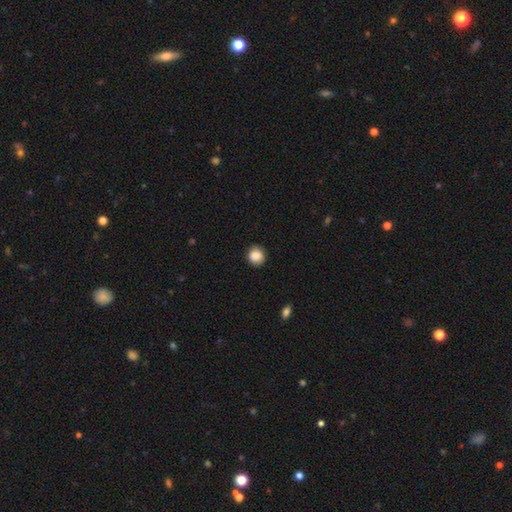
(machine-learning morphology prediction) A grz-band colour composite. It shows a smooth galaxy with no disk features (87%) that is round (91%). Merging: none (89%).